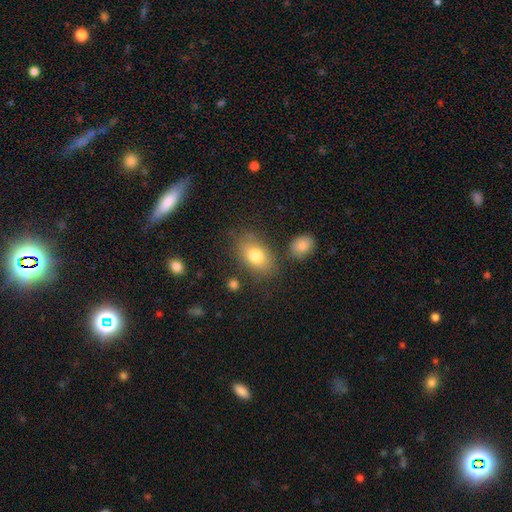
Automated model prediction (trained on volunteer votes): Smooth or featured? smooth (78%)
How rounded? in between (86%)
Merging? none (76%)